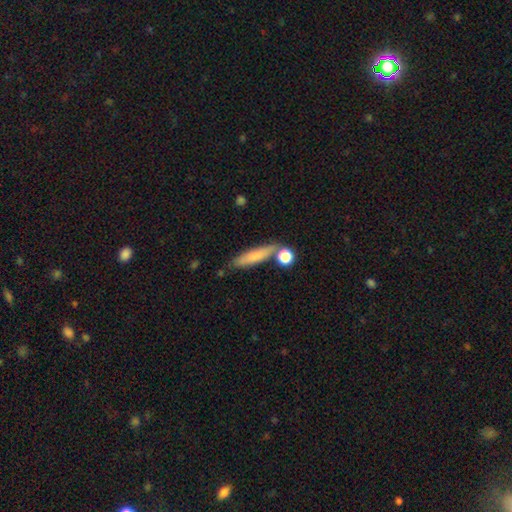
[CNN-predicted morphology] Smooth or featured?
  - smooth: 74% *
  - featured or disk: 18%
  - star or artifact: 8%
How rounded?
  - cigar-shaped: 79% *
  - in between: 18%
  - round: 3%
Merging?
  - none: 70% *
  - minor disturbance: 15%
  - merger: 10%
  - major disturbance: 4%